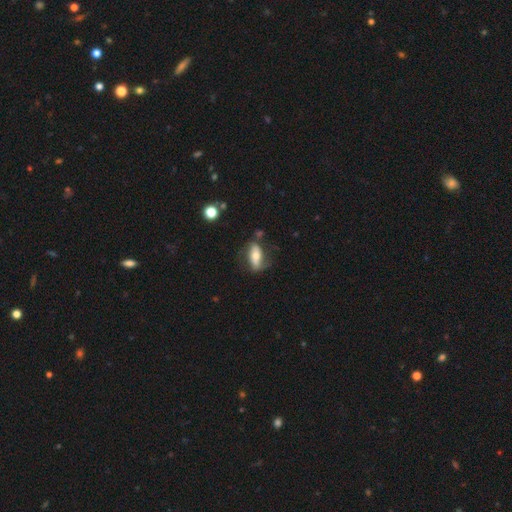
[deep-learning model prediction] This is possibly a smooth galaxy (50%). Merging: possibly none (59%).